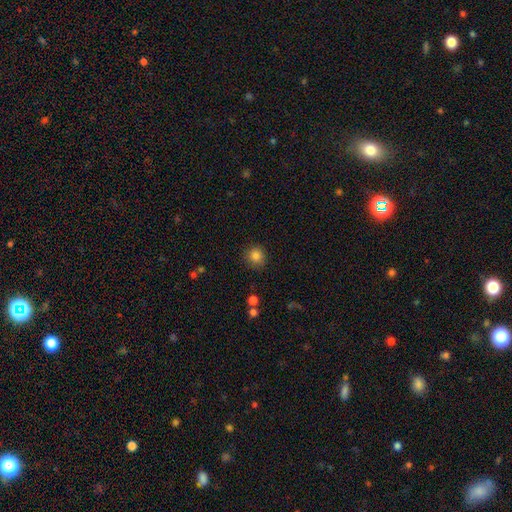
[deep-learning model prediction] smooth-or-featured: smooth: 85% | star or artifact: 11% | featured or disk: 4%
  how-rounded: round: 90% | in between: 10% | cigar-shaped: 1%
  merging: none: 87% | minor disturbance: 9% | major disturbance: 3% | merger: 2%